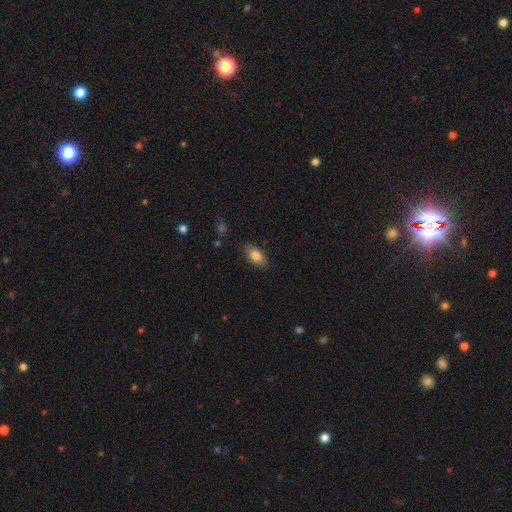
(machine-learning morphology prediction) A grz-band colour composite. It shows a smooth galaxy with no disk features (83%) that is in between round and cigar-shaped (92%). Merging: none (85%).